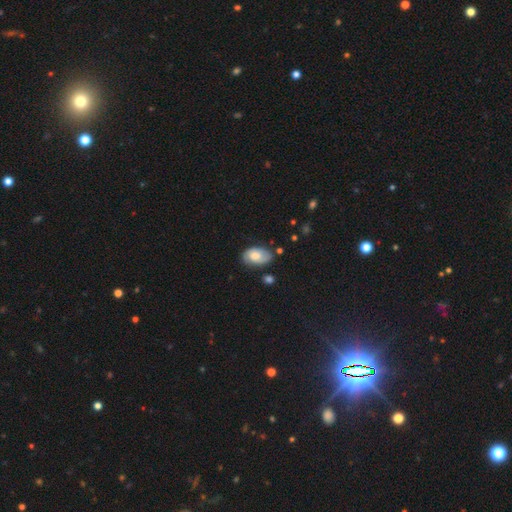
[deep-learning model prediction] smooth 52%, featured or disk 40%, star or artifact 7%. Down the decision tree: how rounded — in between (90%); merging — none (66%).